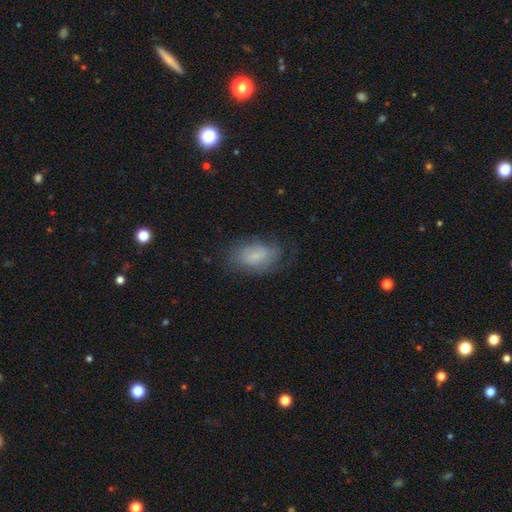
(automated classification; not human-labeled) smooth-or-featured: smooth: 54% | featured or disk: 36% | star or artifact: 10%
  how-rounded: in between: 90% | round: 8% | cigar-shaped: 2%
  merging: none: 63% | minor disturbance: 23% | major disturbance: 13% | merger: 1%